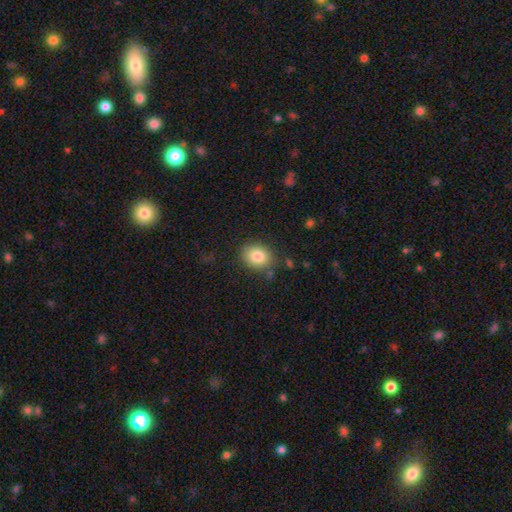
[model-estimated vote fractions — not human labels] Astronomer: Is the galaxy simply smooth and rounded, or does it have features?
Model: smooth — 83%.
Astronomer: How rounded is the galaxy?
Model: in between — 51% (runner-up: round, 48%).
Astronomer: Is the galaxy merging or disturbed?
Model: none — 83%.